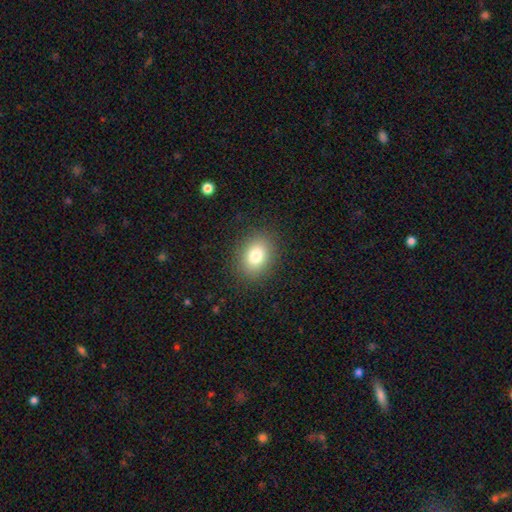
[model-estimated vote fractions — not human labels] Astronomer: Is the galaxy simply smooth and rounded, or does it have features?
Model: smooth — 81%.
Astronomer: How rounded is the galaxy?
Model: in between — 63%.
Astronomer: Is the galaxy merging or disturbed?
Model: none — 87%.